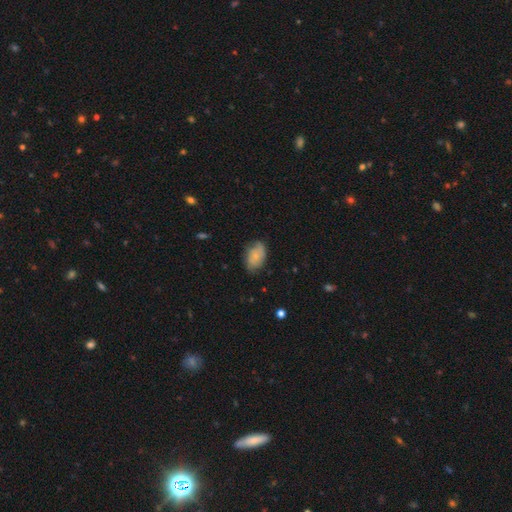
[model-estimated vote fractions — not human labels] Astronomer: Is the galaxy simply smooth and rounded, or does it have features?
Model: smooth — 59%.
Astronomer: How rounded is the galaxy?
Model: in between — 88%.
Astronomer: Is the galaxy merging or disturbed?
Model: none — 65%.